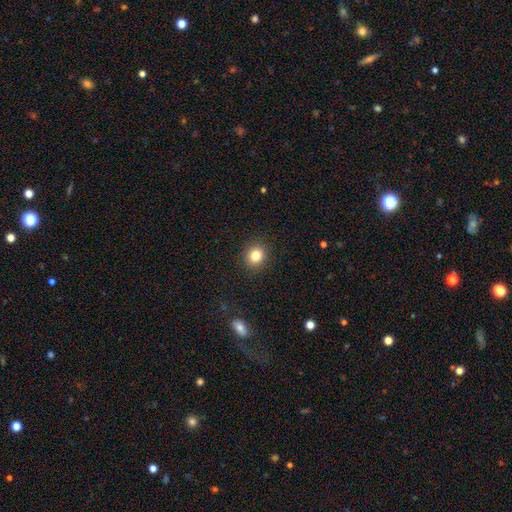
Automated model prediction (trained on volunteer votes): This is clearly a smooth galaxy (82%). How rounded: clearly round (80%). Merging: clearly none (91%).